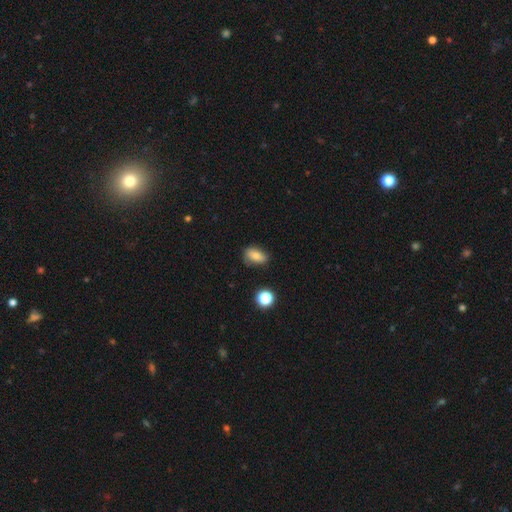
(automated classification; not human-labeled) Q: Smooth or featured?
A: smooth (73%); runner-up: featured or disk (15%)
Q: How rounded?
A: in between (82%); runner-up: round (15%)
Q: Merging?
A: none (70%); runner-up: minor disturbance (23%)